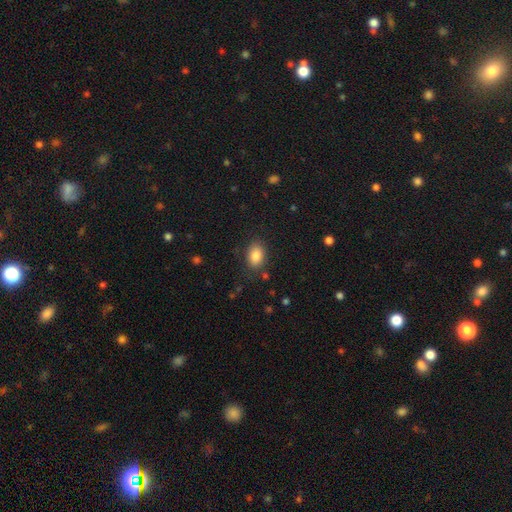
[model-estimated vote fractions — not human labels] Smooth or featured?
  - smooth: 85% *
  - star or artifact: 8%
  - featured or disk: 7%
How rounded?
  - in between: 82% *
  - round: 17%
  - cigar-shaped: 1%
Merging?
  - none: 83% *
  - minor disturbance: 12%
  - major disturbance: 4%
  - merger: 2%